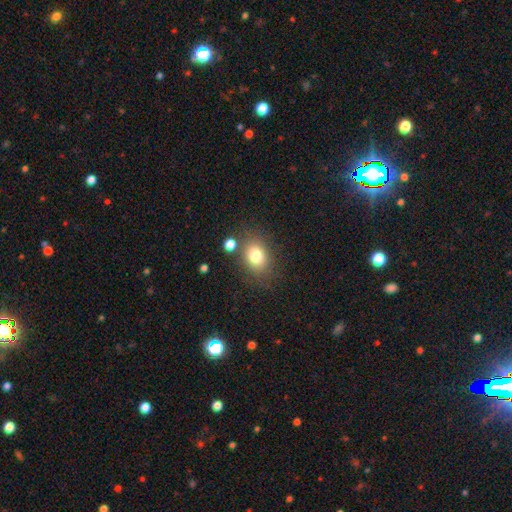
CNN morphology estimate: A smooth galaxy with no disk features (78%) that is in between round and cigar-shaped (54%).

Vote fractions:
- Smooth or featured? smooth: 78% / star or artifact: 12% / featured or disk: 10%
- How rounded? in between: 54% / round: 45% / cigar-shaped: 1%
- Merging? none: 73% / minor disturbance: 13% / merger: 9% / major disturbance: 5%